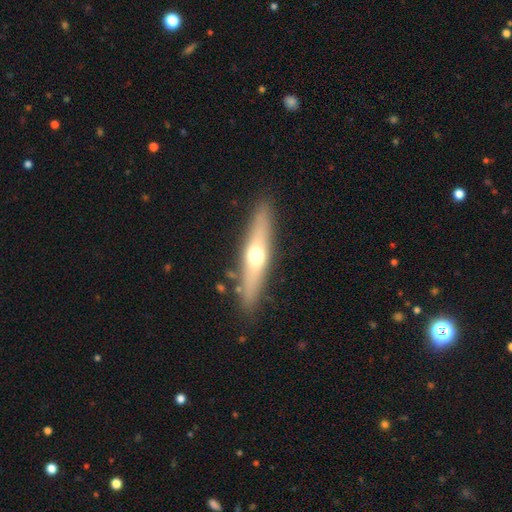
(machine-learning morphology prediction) A featured or disk galaxy (48%).

Vote fractions:
- Smooth or featured? featured or disk: 48% / smooth: 46% / star or artifact: 7%
- Merging? none: 86% / minor disturbance: 9% / major disturbance: 3% / merger: 2%